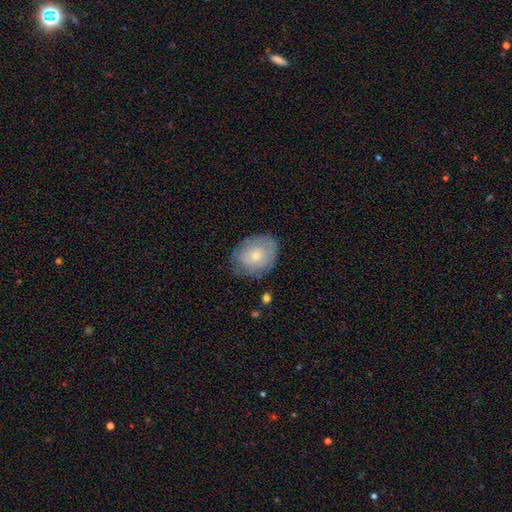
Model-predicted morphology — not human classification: Smooth or featured: smooth — 52% (featured or disk — 40%)
How rounded: in between — 57% (round — 42%)
Merging: none — 69% (minor disturbance — 23%)